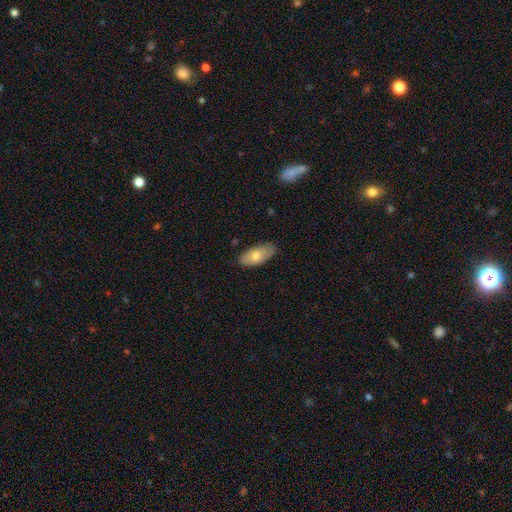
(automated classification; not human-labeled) A smooth galaxy with no disk features (70%) that is in between round and cigar-shaped (91%).

Vote fractions:
- Smooth or featured? smooth: 70% / featured or disk: 24% / star or artifact: 6%
- How rounded? in between: 91% / cigar-shaped: 7% / round: 3%
- Merging? none: 82% / minor disturbance: 15% / major disturbance: 2% / merger: 1%